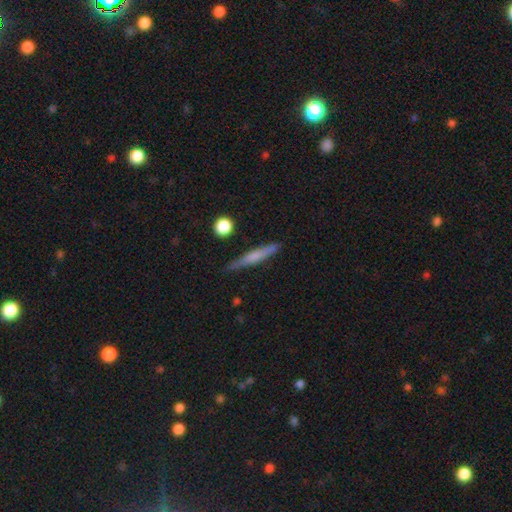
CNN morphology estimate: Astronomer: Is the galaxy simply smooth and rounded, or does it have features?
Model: smooth — 50% (runner-up: featured or disk, 43%).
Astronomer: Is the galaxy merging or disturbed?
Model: none — 85%.